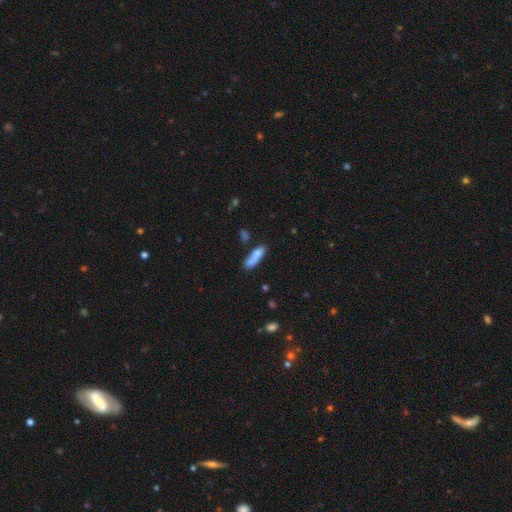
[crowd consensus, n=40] Morphology: type=smooth (78%); roundness=cigar-shaped (55%); merging=none (37%).